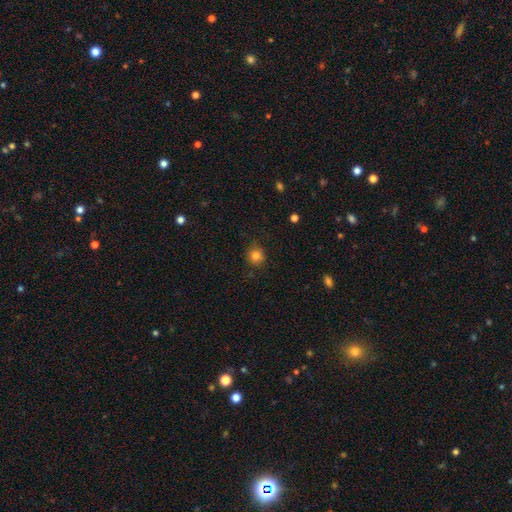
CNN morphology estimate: A smooth galaxy with no disk features (82%) that is round (86%).

Vote fractions:
- Smooth or featured? smooth: 82% / star or artifact: 12% / featured or disk: 6%
- How rounded? round: 86% / in between: 13% / cigar-shaped: 1%
- Merging? none: 83% / minor disturbance: 13% / major disturbance: 3% / merger: 1%